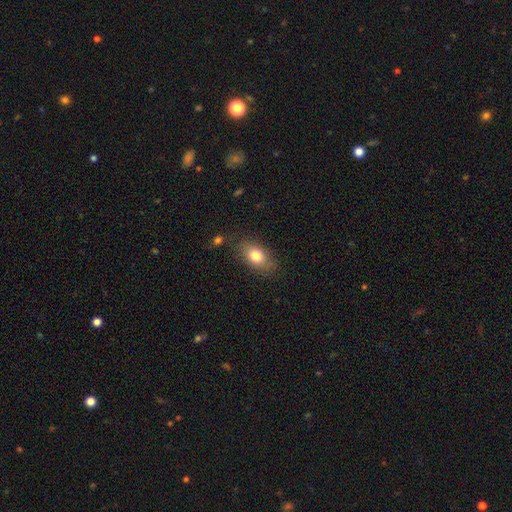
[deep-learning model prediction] Smooth or featured: smooth — 79% (featured or disk — 13%)
How rounded: in between — 85% (round — 11%)
Merging: none — 78% (minor disturbance — 15%)